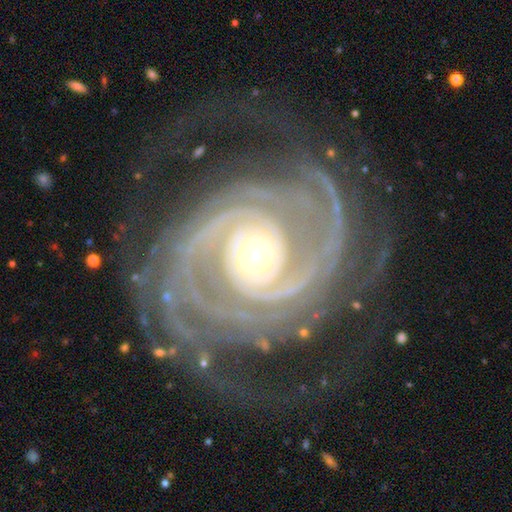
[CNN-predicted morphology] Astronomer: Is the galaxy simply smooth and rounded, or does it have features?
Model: featured or disk — 93%.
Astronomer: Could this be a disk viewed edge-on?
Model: no — 97%.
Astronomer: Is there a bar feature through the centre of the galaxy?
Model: no — 67%.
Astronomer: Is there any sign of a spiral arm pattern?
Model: yes — 99%.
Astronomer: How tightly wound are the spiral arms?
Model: tight — 72%.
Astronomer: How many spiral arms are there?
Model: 2 — 35% (runner-up: 3, 18%).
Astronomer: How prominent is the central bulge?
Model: small — 52% (runner-up: moderate, 41%).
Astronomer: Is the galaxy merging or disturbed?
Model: none — 67%.